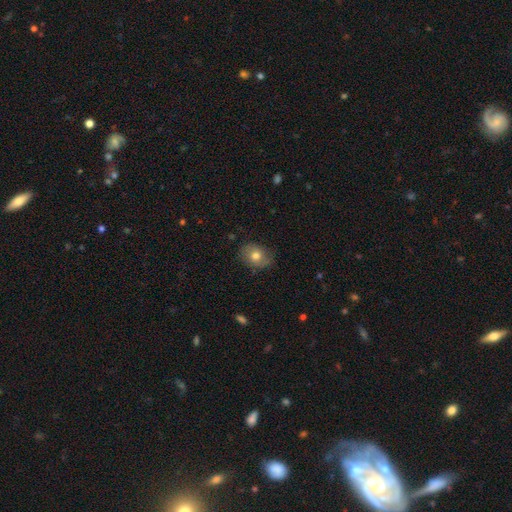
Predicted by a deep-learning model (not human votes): A smooth galaxy with no disk features (71%) that is in between round and cigar-shaped (56%).

Vote fractions:
- Smooth or featured? smooth: 71% / featured or disk: 21% / star or artifact: 9%
- How rounded? in between: 56% / round: 43% / cigar-shaped: 1%
- Merging? none: 75% / minor disturbance: 19% / major disturbance: 5% / merger: 1%